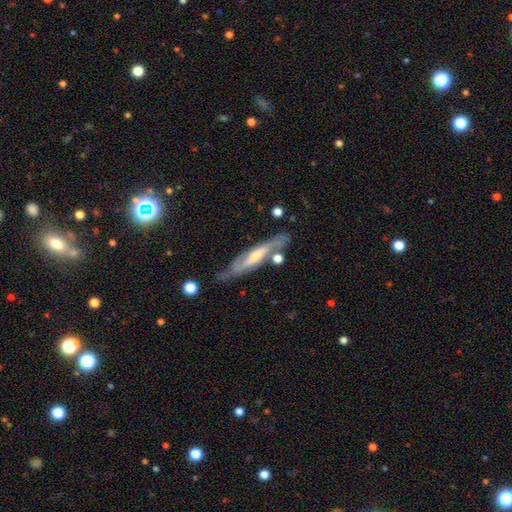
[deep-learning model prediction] This is likely a featured or disk galaxy (76%). It is possibly not viewed edge-on (59%). Merging: likely none (68%).